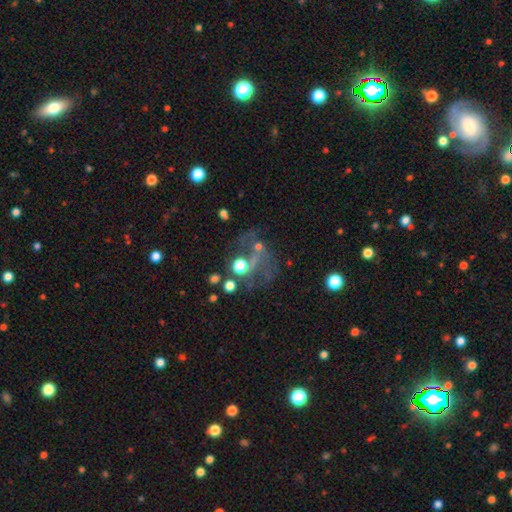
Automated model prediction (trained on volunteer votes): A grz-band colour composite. It shows a featured or disk galaxy (37%, tied with star or artifact). Merging: none (44%).